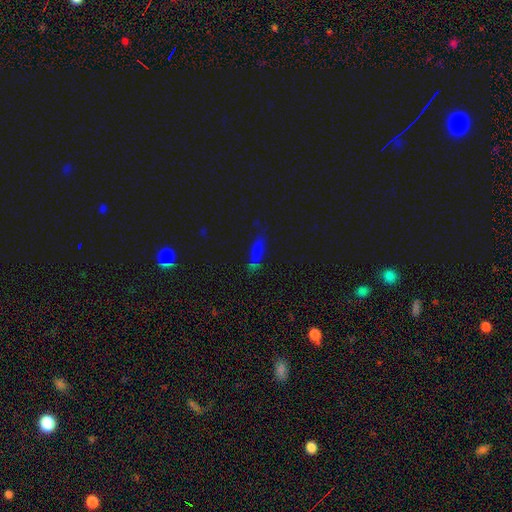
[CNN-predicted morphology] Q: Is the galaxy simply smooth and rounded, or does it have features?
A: smooth — 61%.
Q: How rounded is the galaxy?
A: in between — 48%.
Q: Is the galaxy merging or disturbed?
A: none — 63%.